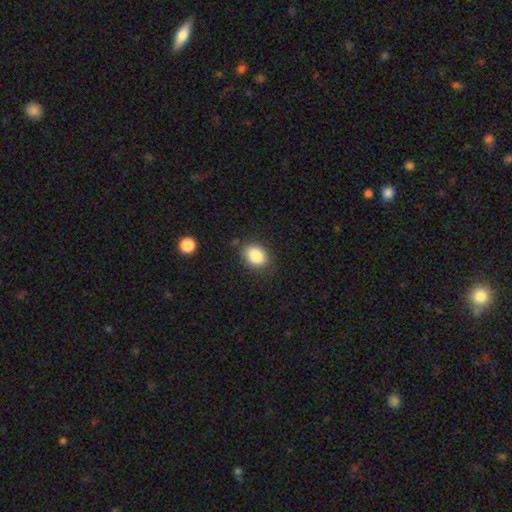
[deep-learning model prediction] Smooth or featured? smooth (87%)
How rounded? in between (66%)
Merging? none (81%)